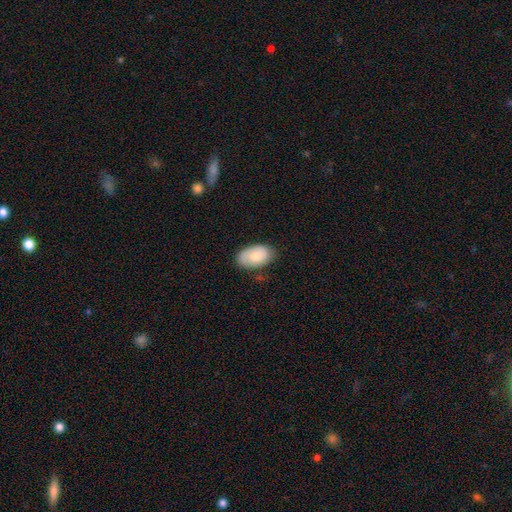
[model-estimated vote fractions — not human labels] Smooth or featured: smooth — 71% (featured or disk — 23%)
How rounded: in between — 91% (round — 8%)
Merging: none — 76% (minor disturbance — 19%)